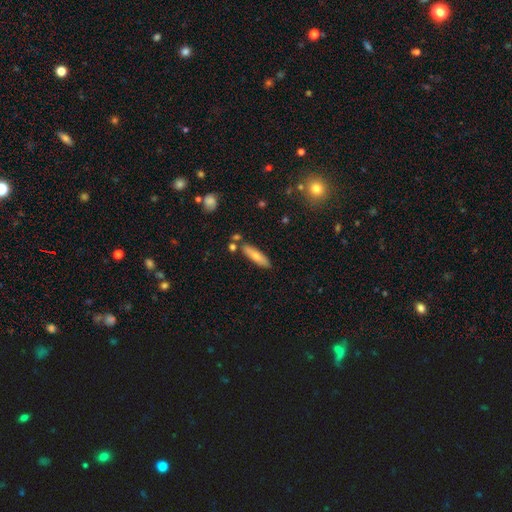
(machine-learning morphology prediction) A smooth galaxy with no disk features (72%) that is cigar-shaped (69%). Merging: none (80%).